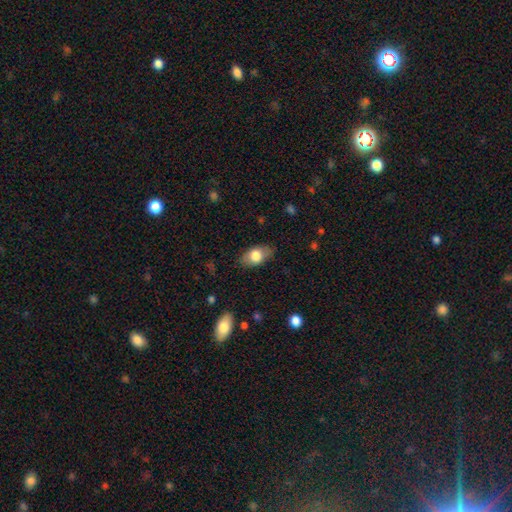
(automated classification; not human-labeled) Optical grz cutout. It shows a smooth galaxy with no disk features (76%) that is in between round and cigar-shaped (90%). Merging: none (81%).